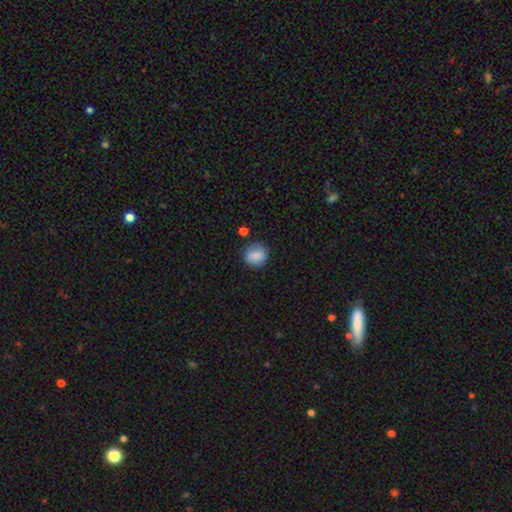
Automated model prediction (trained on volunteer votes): Overall: smooth (81%). How rounded: round (85%). Merging: none (79%).